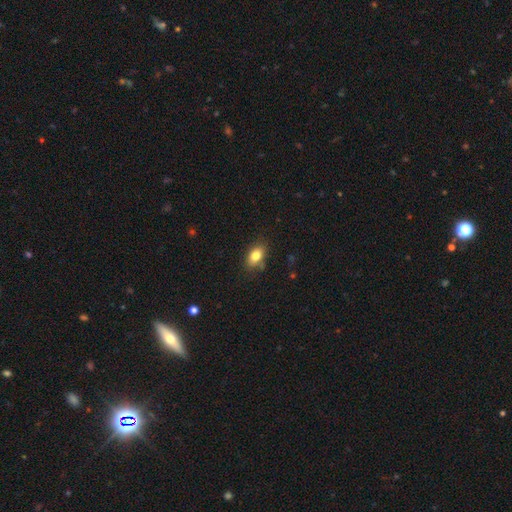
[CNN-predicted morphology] smooth_or_featured: smooth (p=0.81) [alt: featured or disk p=0.11]
how_rounded: in between (p=0.85) [alt: round p=0.12]
merging: none (p=0.79) [alt: minor disturbance p=0.15]